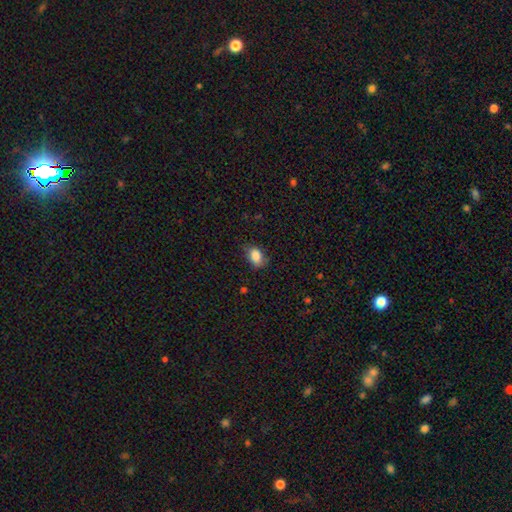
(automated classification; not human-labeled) Overall: smooth (87%). How rounded: in between (81%). Merging: none (73%).